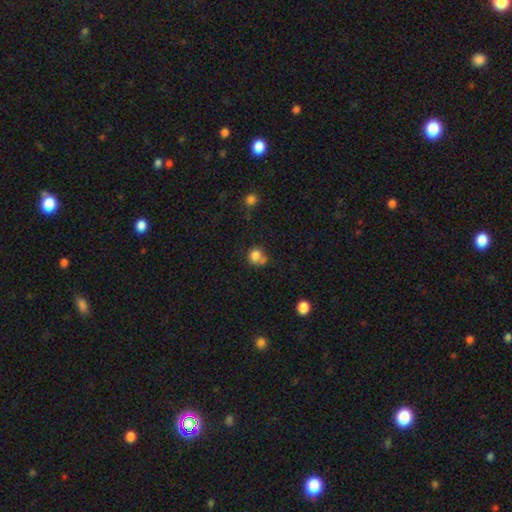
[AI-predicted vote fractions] Smooth or featured?
  - smooth: 81% *
  - star or artifact: 11%
  - featured or disk: 9%
How rounded?
  - round: 82% *
  - in between: 18%
  - cigar-shaped: 1%
Merging?
  - none: 51% *
  - merger: 24%
  - minor disturbance: 18%
  - major disturbance: 7%